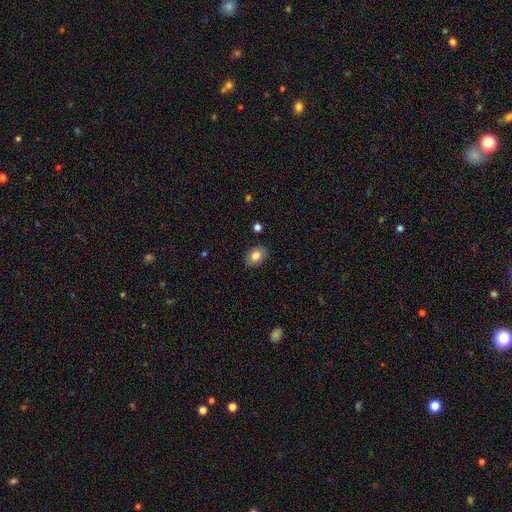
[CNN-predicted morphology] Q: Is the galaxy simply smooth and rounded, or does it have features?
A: smooth — 78%.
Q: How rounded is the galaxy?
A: in between — 74%.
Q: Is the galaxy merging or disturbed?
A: none — 83%.